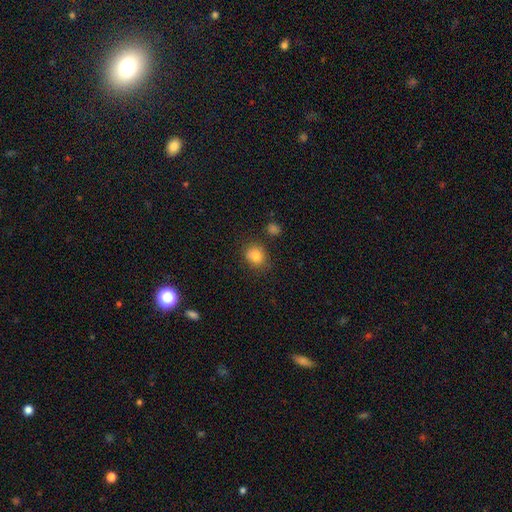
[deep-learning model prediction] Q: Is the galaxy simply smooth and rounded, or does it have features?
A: smooth — 83%.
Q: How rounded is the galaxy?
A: round — 74%.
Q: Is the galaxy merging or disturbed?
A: none — 77%.